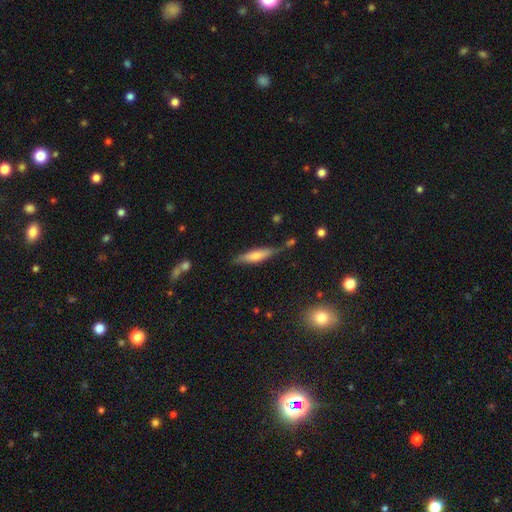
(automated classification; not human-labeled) smooth 54%, featured or disk 39%, star or artifact 7%. Down the decision tree: how rounded — cigar-shaped (76%); merging — none (74%).